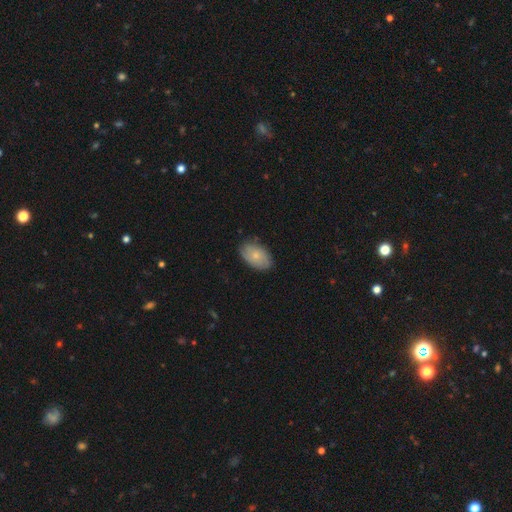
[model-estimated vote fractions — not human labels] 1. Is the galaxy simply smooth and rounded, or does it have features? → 67% smooth, 27% featured or disk, 6% star or artifact.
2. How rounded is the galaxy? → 91% in between, 8% round, 1% cigar-shaped.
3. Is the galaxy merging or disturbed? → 80% none, 16% minor disturbance, 3% major disturbance, 1% merger.